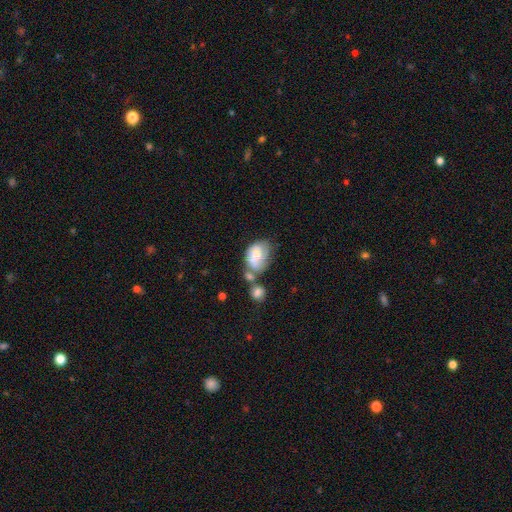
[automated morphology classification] smooth_or_featured: smooth (p=0.55) [alt: featured or disk p=0.37]
how_rounded: in between (p=0.77) [alt: round p=0.22]
merging: merger (p=0.35) [alt: none p=0.28]